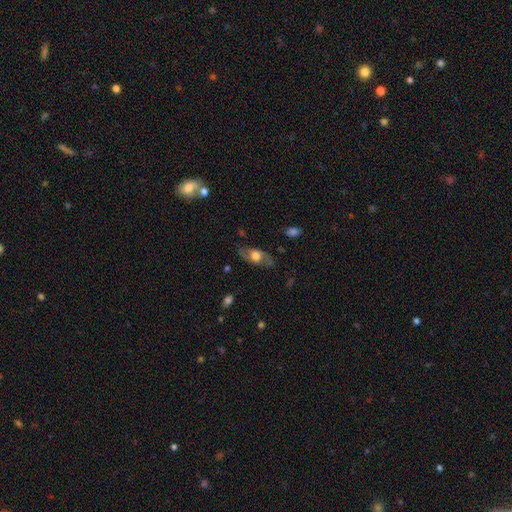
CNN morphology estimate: Smooth or featured?
  - featured or disk: 59% *
  - smooth: 34%
  - star or artifact: 7%
Edge-on disk?
  - no: 76% *
  - yes: 24%
Merging?
  - none: 75% *
  - minor disturbance: 17%
  - major disturbance: 7%
  - merger: 1%